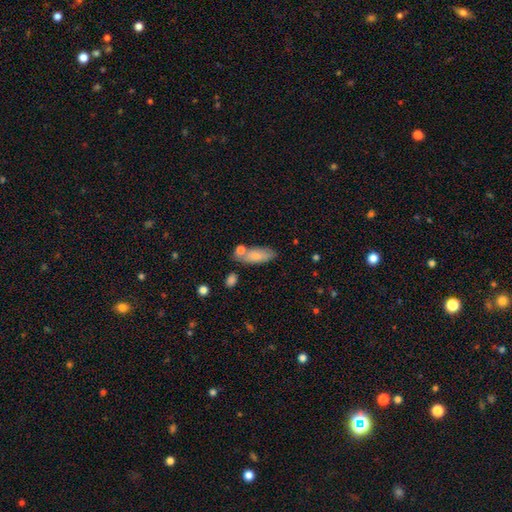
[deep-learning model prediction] This appears to be a smooth galaxy with no disk features (80%) that is in between round and cigar-shaped (74%). Merging: none (60%).